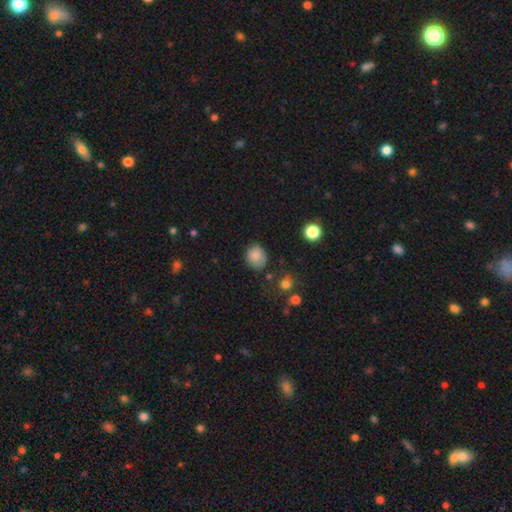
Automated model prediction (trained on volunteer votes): Smooth or featured?
  - smooth: 84% *
  - star or artifact: 10%
  - featured or disk: 6%
How rounded?
  - round: 68% *
  - in between: 31%
  - cigar-shaped: 1%
Merging?
  - none: 74% *
  - minor disturbance: 19%
  - major disturbance: 5%
  - merger: 2%